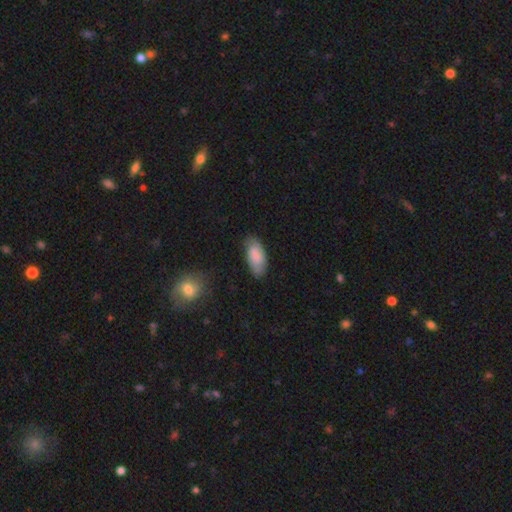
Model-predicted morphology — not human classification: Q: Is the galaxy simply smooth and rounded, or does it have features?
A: smooth — 76%.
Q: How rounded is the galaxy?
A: in between — 91%.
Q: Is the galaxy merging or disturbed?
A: none — 70%.